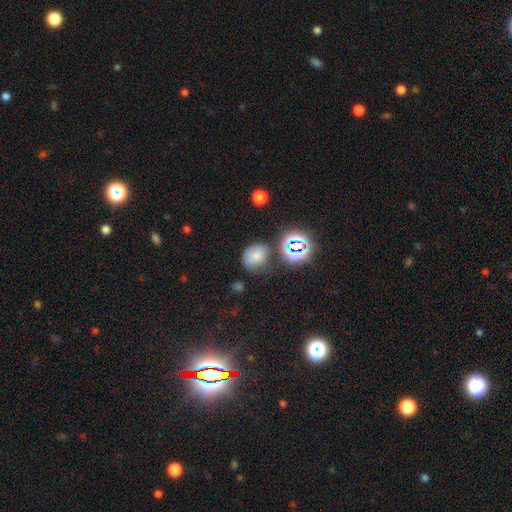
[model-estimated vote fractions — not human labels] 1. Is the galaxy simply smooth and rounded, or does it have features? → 68% smooth, 21% star or artifact, 11% featured or disk.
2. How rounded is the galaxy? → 52% round, 47% in between, 1% cigar-shaped.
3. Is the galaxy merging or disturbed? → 63% none, 22% minor disturbance, 8% merger, 8% major disturbance.